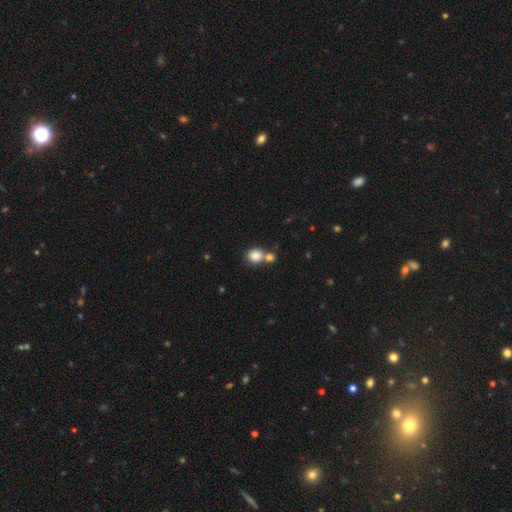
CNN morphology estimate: Overall: smooth (85%). How rounded: round (77%). Merging: none (51%; merger 36%).